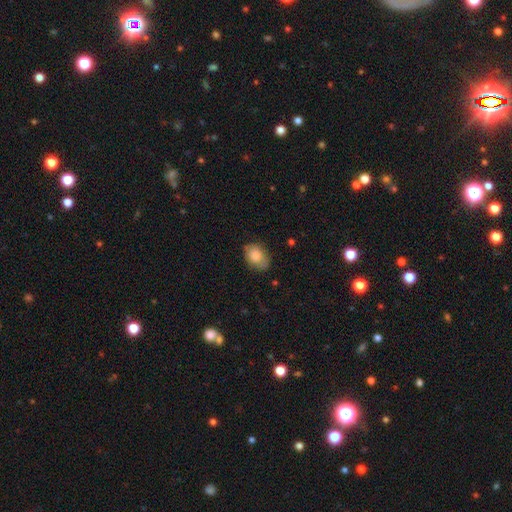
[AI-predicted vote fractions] Overall: smooth (79%). How rounded: in between (77%). Merging: none (71%).